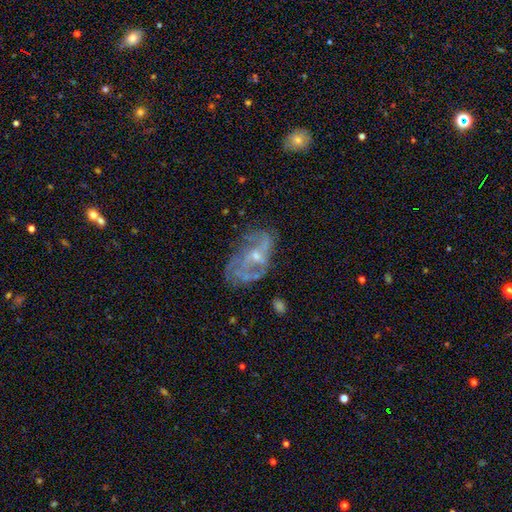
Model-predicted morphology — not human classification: smooth-or-featured: featured or disk: 75% | smooth: 16% | star or artifact: 9%
  disk-edge-on: no: 96% | yes: 4%
    bar: no: 59% | weak: 33% | strong: 8%
    has-spiral-arms: yes: 65% | no: 35%
    bulge-size: small: 61% | moderate: 30% | none: 6% | large: 1% | dominant: 1%
  merging: none: 47% | major disturbance: 25% | minor disturbance: 23% | merger: 5%